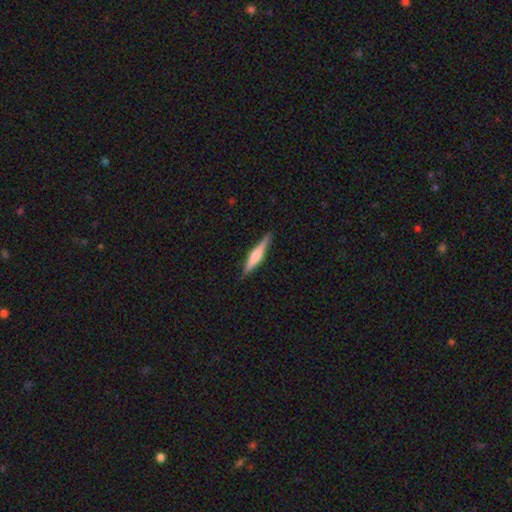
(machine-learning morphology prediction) smooth-or-featured: featured or disk: 54% | smooth: 41% | star or artifact: 5%
  disk-edge-on: yes: 97% | no: 3%
    edge-on-bulge: rounded: 75% | boxy: 13% | none: 12%
  merging: none: 89% | minor disturbance: 9% | major disturbance: 2% | merger: 1%